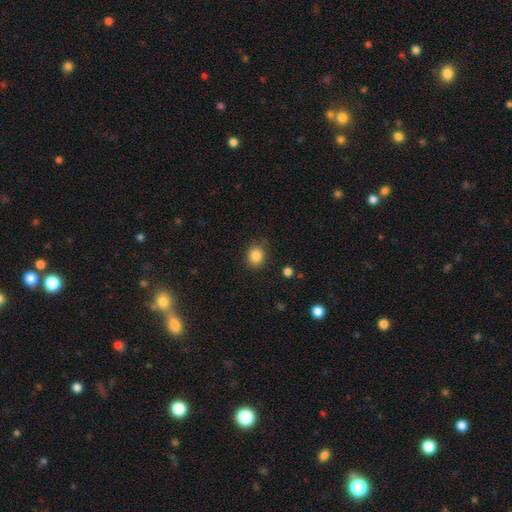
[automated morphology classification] smooth 86%, star or artifact 10%, featured or disk 4%. Down the decision tree: how rounded — round (76%); merging — none (85%).